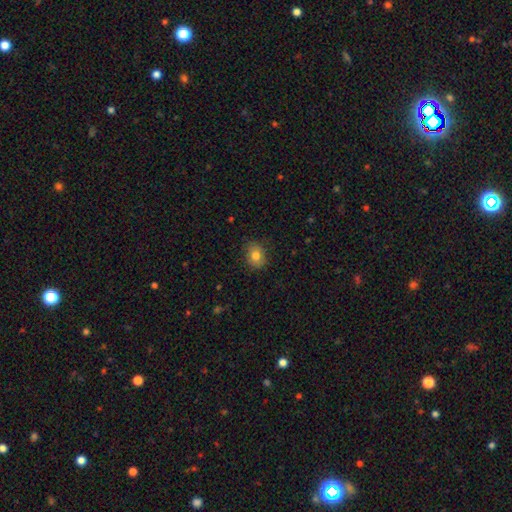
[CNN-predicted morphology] This appears to be a smooth galaxy with no disk features (80%) that is in between round and cigar-shaped (51%). Merging: none (81%).